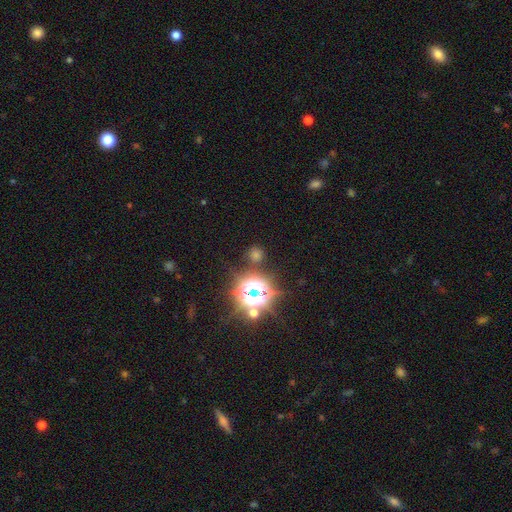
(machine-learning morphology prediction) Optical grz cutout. It shows a star or artifact, not a galaxy (54%).